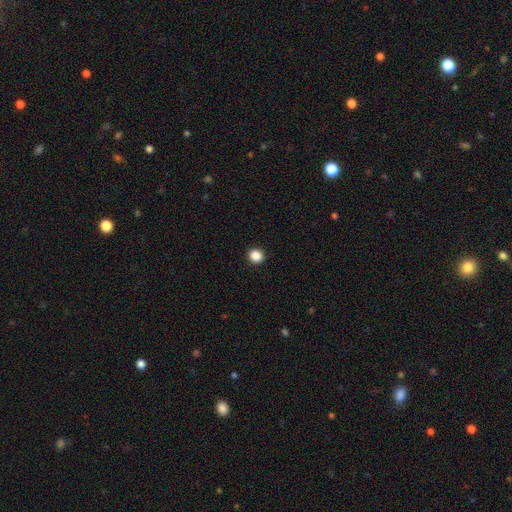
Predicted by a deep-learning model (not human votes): smooth_or_featured: smooth (p=0.87) [alt: star or artifact p=0.10]
how_rounded: round (p=0.87) [alt: in between p=0.12]
merging: none (p=0.93) [alt: minor disturbance p=0.05]